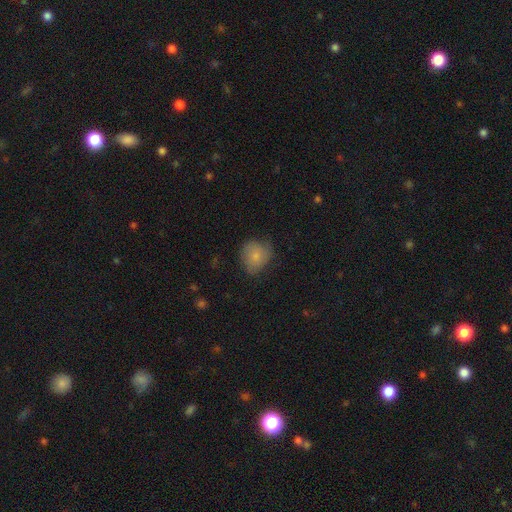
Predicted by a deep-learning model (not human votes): smooth 75%, featured or disk 18%, star or artifact 7%. Down the decision tree: how rounded — round (72%); merging — none (56%).